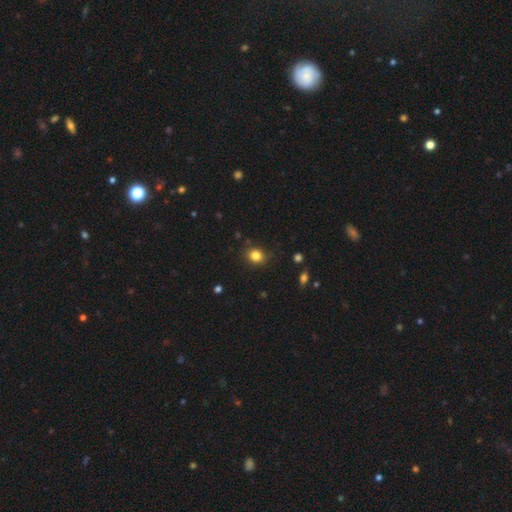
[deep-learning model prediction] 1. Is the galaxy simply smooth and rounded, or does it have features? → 83% smooth, 12% star or artifact, 5% featured or disk.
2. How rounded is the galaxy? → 67% round, 32% in between, 1% cigar-shaped.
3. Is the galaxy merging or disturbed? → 84% none, 11% minor disturbance, 3% major disturbance, 2% merger.